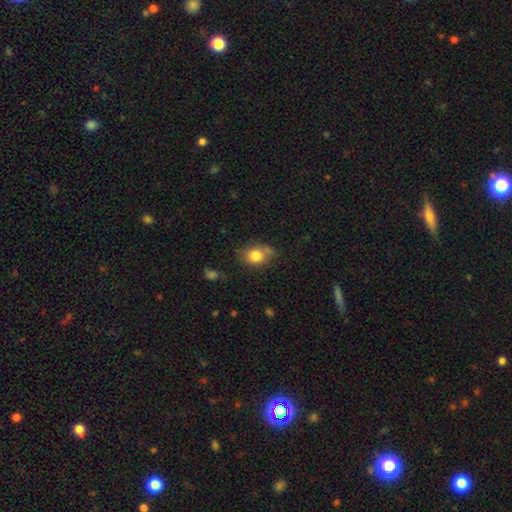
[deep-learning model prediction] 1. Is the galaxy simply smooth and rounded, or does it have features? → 80% smooth, 10% featured or disk, 9% star or artifact.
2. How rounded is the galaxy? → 54% in between, 45% round, 1% cigar-shaped.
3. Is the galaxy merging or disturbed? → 61% none, 25% minor disturbance, 7% merger, 7% major disturbance.